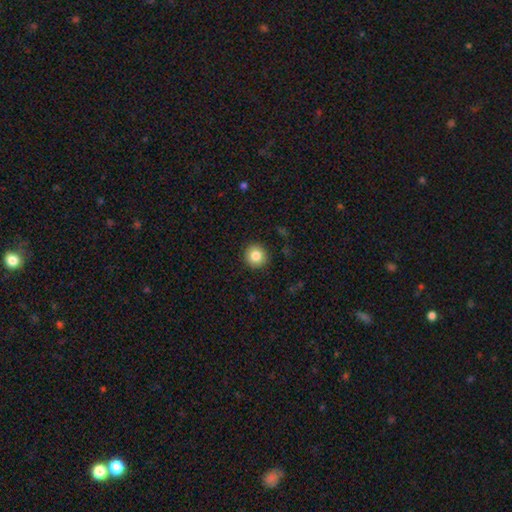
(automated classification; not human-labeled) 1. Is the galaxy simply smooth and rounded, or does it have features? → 83% smooth, 10% star or artifact, 7% featured or disk.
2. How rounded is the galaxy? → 94% round, 5% in between, 1% cigar-shaped.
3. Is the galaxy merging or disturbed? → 91% none, 6% minor disturbance, 2% major disturbance, 1% merger.